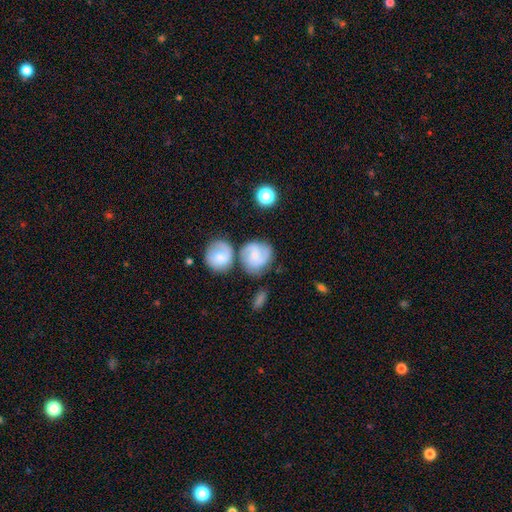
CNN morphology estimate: smooth-or-featured: featured or disk: 54% | smooth: 38% | star or artifact: 8%
  disk-edge-on: no: 98% | yes: 2%
    bar: no: 49% | weak: 44% | strong: 7%
    has-spiral-arms: yes: 90% | no: 10%
    bulge-size: small: 42% | moderate: 27% | none: 26% | large: 3% | dominant: 1%
  merging: none: 56% | merger: 20% | minor disturbance: 17% | major disturbance: 7%